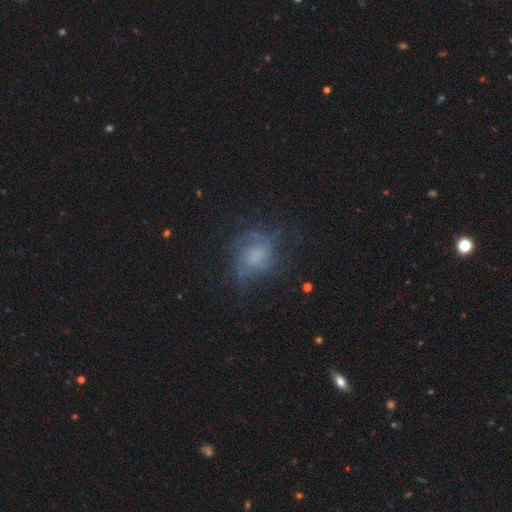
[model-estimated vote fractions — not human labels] Smooth or featured?
  - featured or disk: 61% *
  - smooth: 25%
  - star or artifact: 14%
Edge-on disk?
  - no: 97% *
  - yes: 3%
Bar?
  - no: 75% *
  - weak: 21%
  - strong: 3%
Spiral arms?
  - yes: 79% *
  - no: 21%
Bulge size?
  - none: 40% *
  - moderate: 22%
  - small: 19%
  - large: 16%
  - dominant: 3%
Merging?
  - none: 58% *
  - minor disturbance: 20%
  - major disturbance: 20%
  - merger: 2%